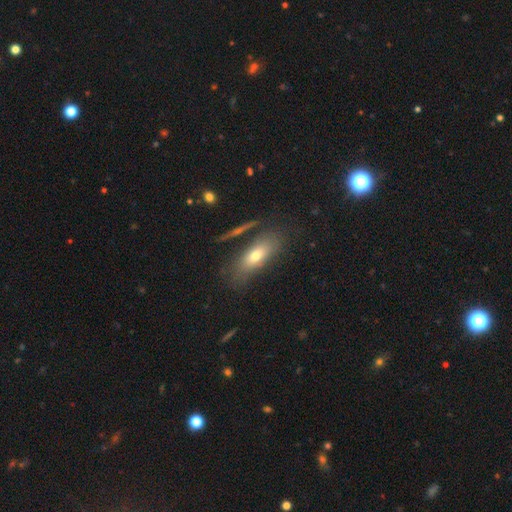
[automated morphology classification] smooth 63%, featured or disk 27%, star or artifact 9%. Down the decision tree: how rounded — in between (72%); merging — none (71%).